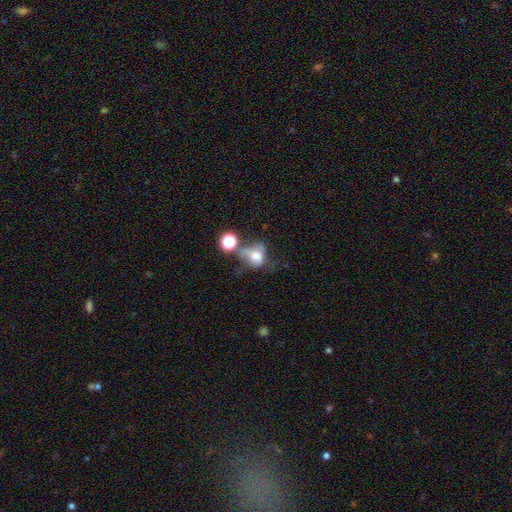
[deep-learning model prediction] This appears to be a smooth galaxy with no disk features (61%) that is in between round and cigar-shaped (51%). Merging: merger (29%, tied with major disturbance).